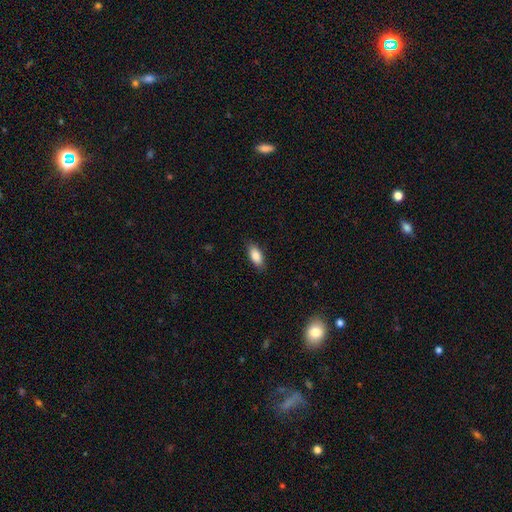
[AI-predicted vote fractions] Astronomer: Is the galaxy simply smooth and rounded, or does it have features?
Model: smooth — 86%.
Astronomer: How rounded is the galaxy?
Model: in between — 86%.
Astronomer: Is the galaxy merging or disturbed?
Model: none — 85%.